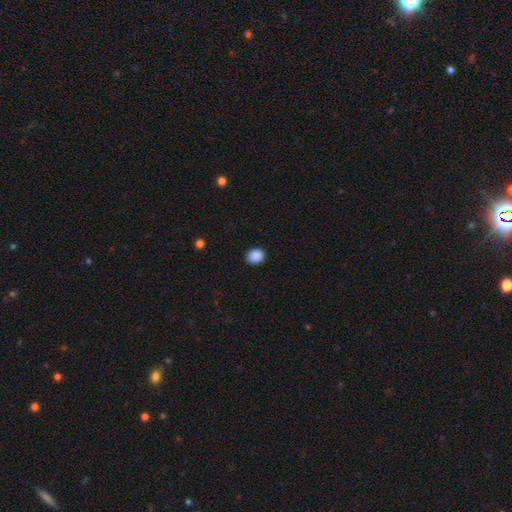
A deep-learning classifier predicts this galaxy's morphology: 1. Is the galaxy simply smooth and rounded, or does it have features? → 89% smooth, 8% star or artifact, 3% featured or disk.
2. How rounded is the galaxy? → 53% round, 46% in between, 1% cigar-shaped.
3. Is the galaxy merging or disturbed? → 86% none, 10% minor disturbance, 2% major disturbance, 1% merger.